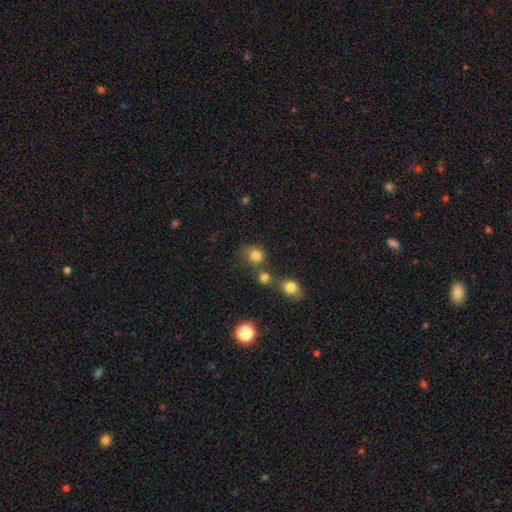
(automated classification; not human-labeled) Q: Smooth or featured?
A: smooth (79%); runner-up: star or artifact (14%)
Q: How rounded?
A: round (83%); runner-up: in between (16%)
Q: Merging?
A: none (55%); runner-up: merger (30%)